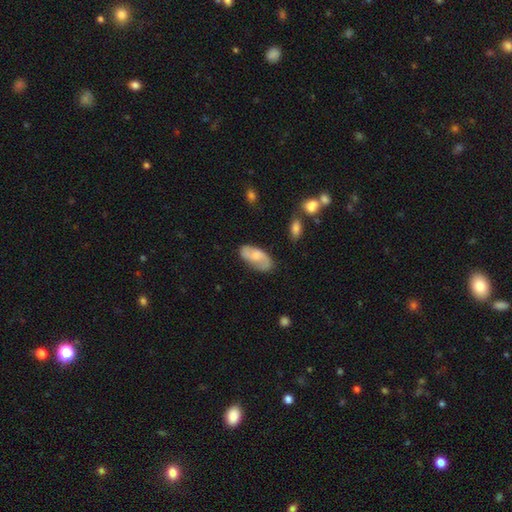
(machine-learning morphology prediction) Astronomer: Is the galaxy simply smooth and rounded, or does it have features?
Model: featured or disk — 53% (runner-up: smooth, 41%).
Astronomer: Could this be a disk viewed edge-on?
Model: no — 94%.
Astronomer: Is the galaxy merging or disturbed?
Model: none — 74%.